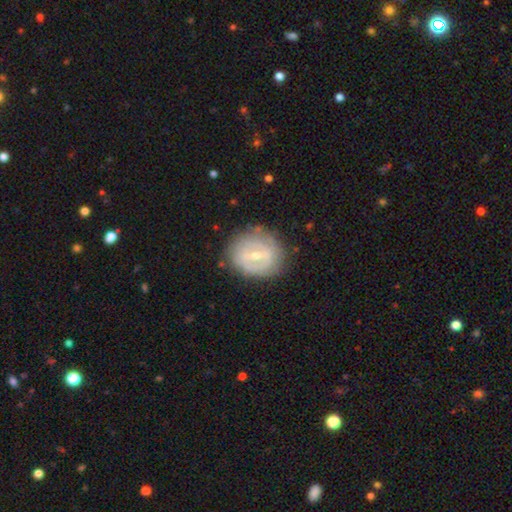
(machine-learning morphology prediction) smooth_or_featured: featured or disk (p=0.66) [alt: smooth p=0.28]
disk_edge_on: no (p=0.95) [alt: yes p=0.05]
bar: weak (p=0.50) [alt: strong p=0.28]
has_spiral_arms: yes (p=0.50) [tied with: no p=0.50]
bulge_size: small (p=0.57) [alt: moderate p=0.39]
merging: none (p=0.76) [alt: minor disturbance p=0.17]